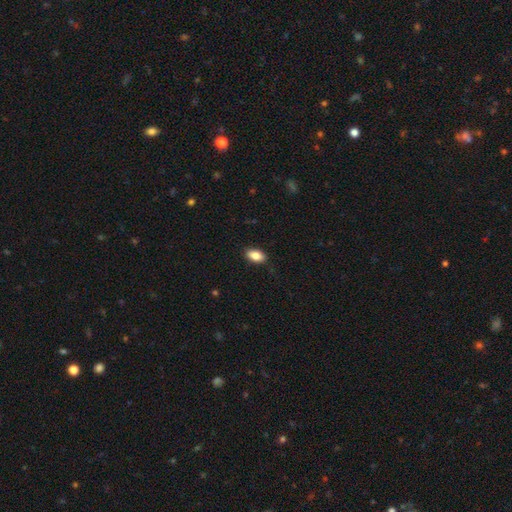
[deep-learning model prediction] This appears to be a smooth galaxy with no disk features (83%) that is in between round and cigar-shaped (91%). Merging: none (88%).